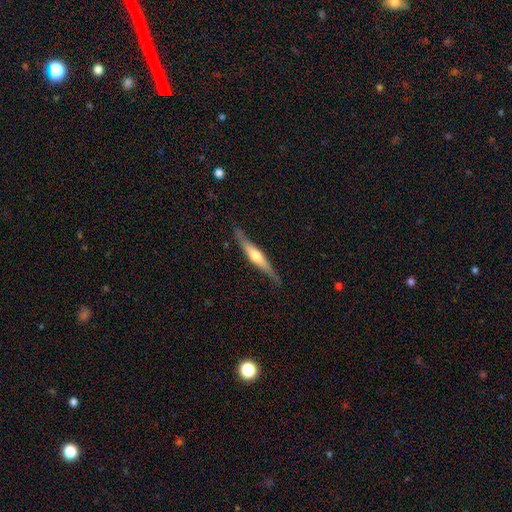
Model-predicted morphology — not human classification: Smooth or featured? Predicted: featured or disk (p=0.62). Edge-on disk? Predicted: yes (p=0.95). Edge-on bulge? Predicted: rounded (p=0.84). Merging? Predicted: none (p=0.82).